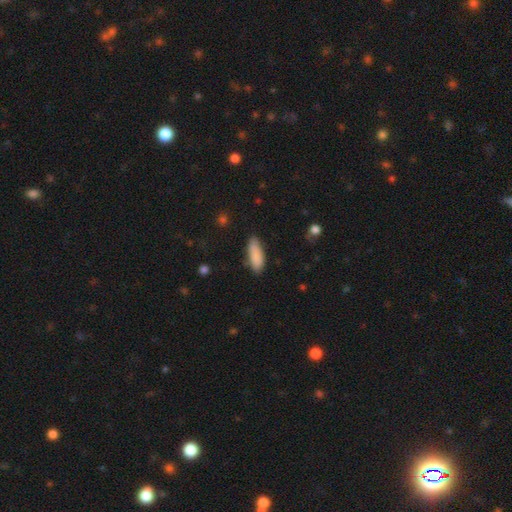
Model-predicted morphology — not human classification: Smooth or featured? smooth (88%)
How rounded? in between (60%)
Merging? none (82%)